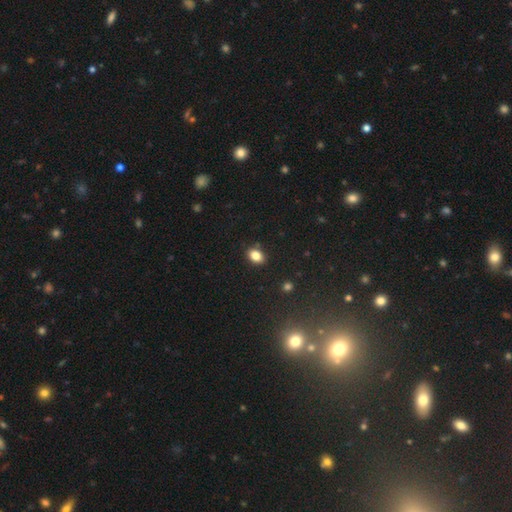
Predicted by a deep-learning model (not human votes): Overall: smooth (84%). How rounded: in between (74%). Merging: none (86%).